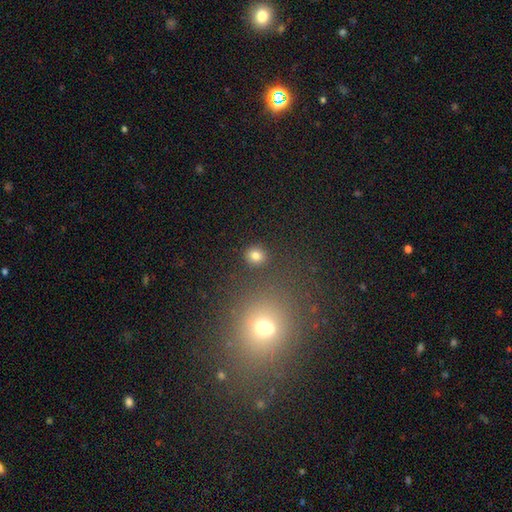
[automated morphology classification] A smooth galaxy with no disk features (80%) that is round (79%).

Vote fractions:
- Smooth or featured? smooth: 80% / star or artifact: 14% / featured or disk: 6%
- How rounded? round: 79% / in between: 20% / cigar-shaped: 1%
- Merging? none: 87% / minor disturbance: 7% / merger: 4% / major disturbance: 3%